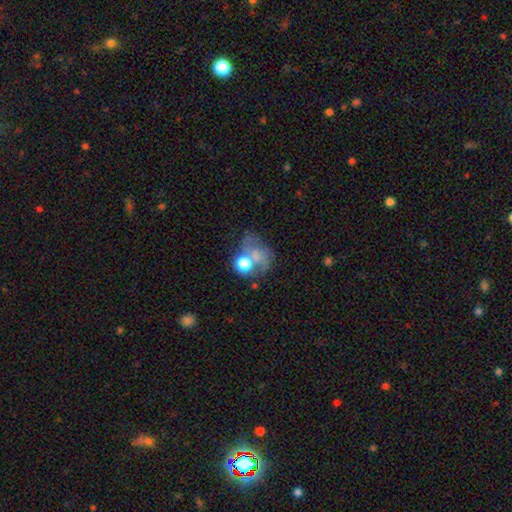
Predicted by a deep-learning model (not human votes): This appears to be a featured or disk galaxy (41%). Merging: none (33%).